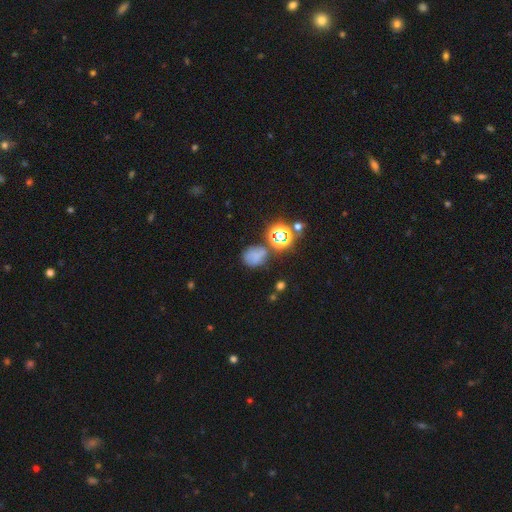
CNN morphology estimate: Smooth or featured?
  - smooth: 57% *
  - star or artifact: 30%
  - featured or disk: 12%
How rounded?
  - round: 62% *
  - in between: 36%
  - cigar-shaped: 1%
Merging?
  - none: 55% *
  - minor disturbance: 21%
  - merger: 13%
  - major disturbance: 11%